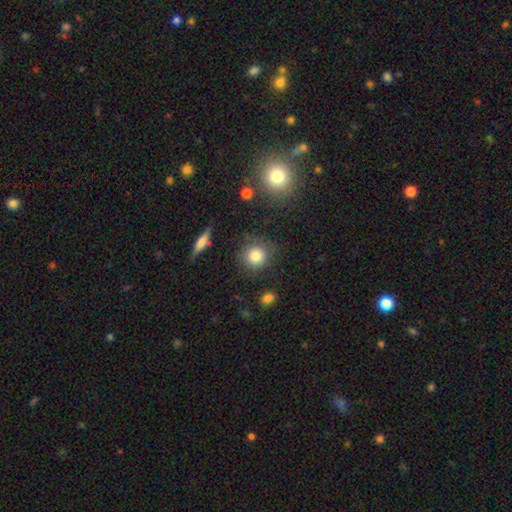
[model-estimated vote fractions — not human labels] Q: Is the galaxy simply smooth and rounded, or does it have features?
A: smooth — 81%.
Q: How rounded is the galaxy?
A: round — 88%.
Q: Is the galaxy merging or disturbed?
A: none — 80%.